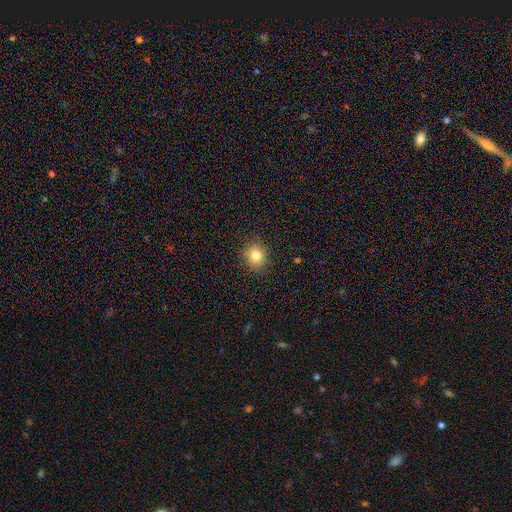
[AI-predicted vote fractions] This appears to be a smooth galaxy with no disk features (81%) that is round (68%). Merging: none (88%).